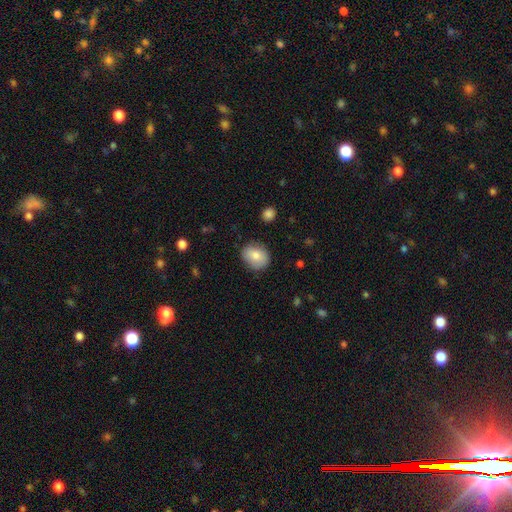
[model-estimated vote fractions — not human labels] Smooth or featured?
  - smooth: 78% *
  - featured or disk: 14%
  - star or artifact: 8%
How rounded?
  - round: 57% *
  - in between: 42%
  - cigar-shaped: 1%
Merging?
  - none: 83% *
  - minor disturbance: 13%
  - major disturbance: 3%
  - merger: 1%